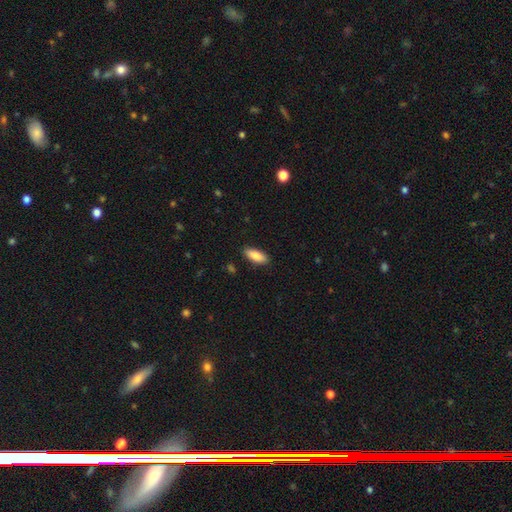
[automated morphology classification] smooth 86%, featured or disk 7%, star or artifact 6%. Down the decision tree: how rounded — in between (79%); merging — none (88%).